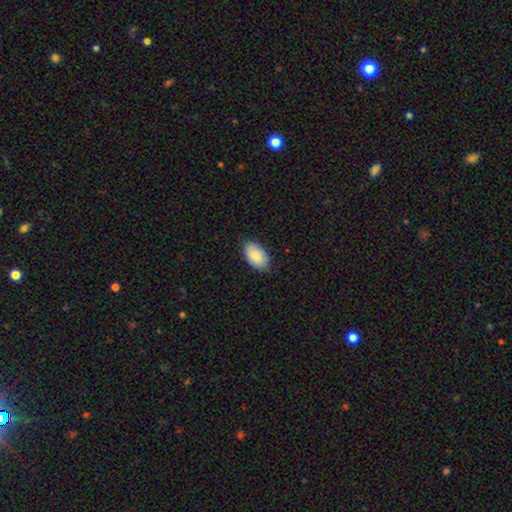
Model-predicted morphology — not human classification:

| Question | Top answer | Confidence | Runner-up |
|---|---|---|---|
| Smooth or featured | smooth | 85% | featured or disk (10%) |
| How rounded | in between | 94% | round (4%) |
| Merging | none | 79% | minor disturbance (18%) |